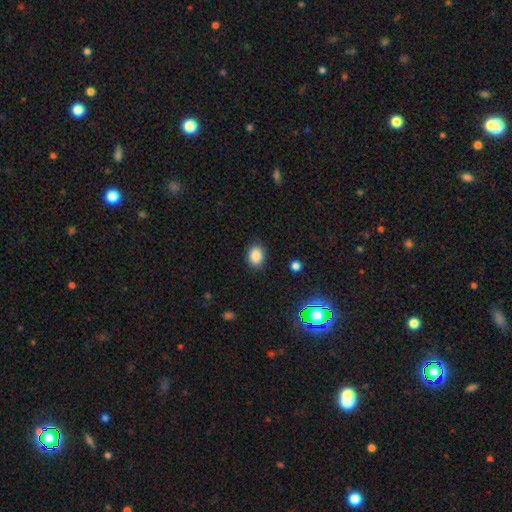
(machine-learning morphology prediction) This is clearly a smooth galaxy (87%). How rounded: likely in between (66%). Merging: clearly none (87%).